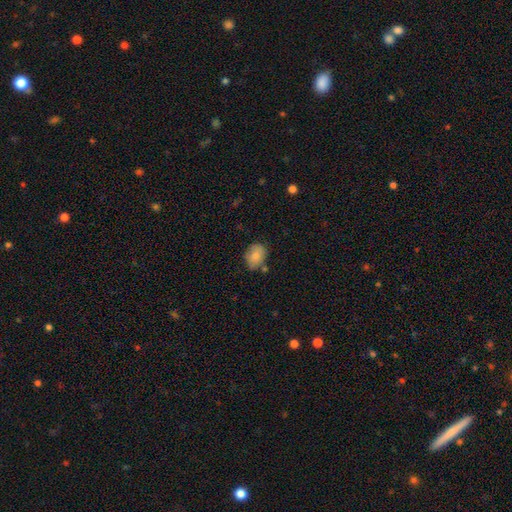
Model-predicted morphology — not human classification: This appears to be a smooth galaxy with no disk features (82%) that is in between round and cigar-shaped (67%). Merging: none (66%).